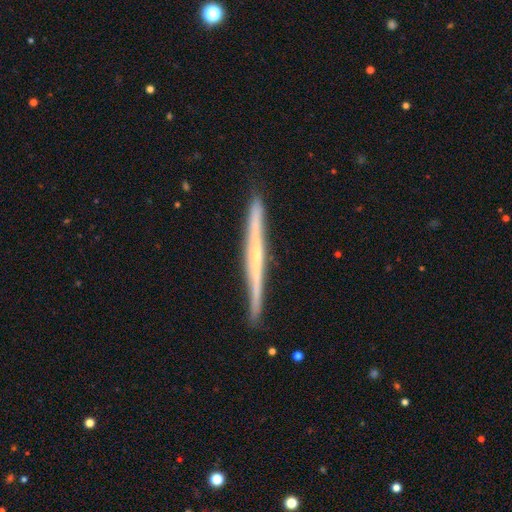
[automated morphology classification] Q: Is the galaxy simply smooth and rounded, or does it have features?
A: featured or disk — 72%.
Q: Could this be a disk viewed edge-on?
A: yes — 97%.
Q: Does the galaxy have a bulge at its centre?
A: none — 63%.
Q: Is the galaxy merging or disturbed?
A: none — 87%.